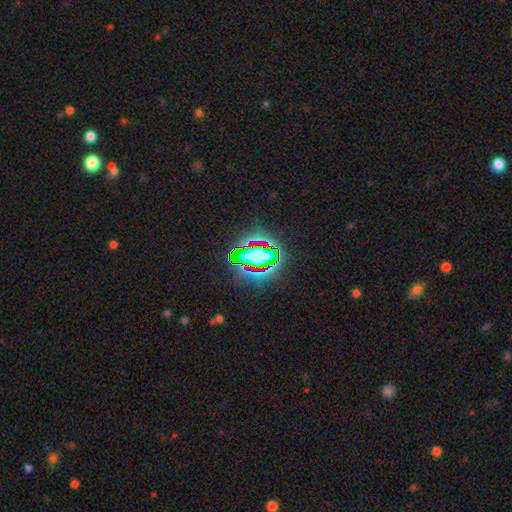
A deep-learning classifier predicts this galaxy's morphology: Overall: star or artifact (63%).